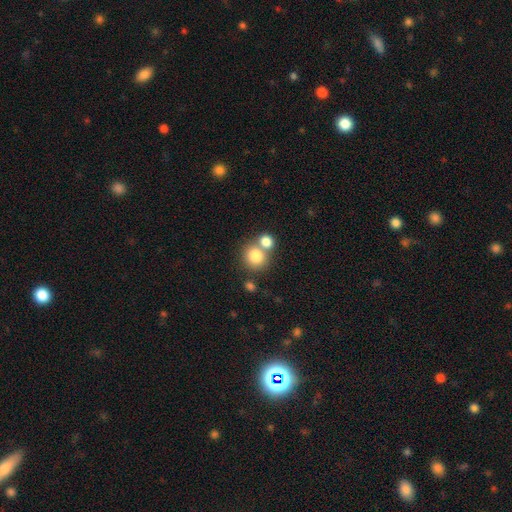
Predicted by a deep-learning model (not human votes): smooth_or_featured: smooth (p=0.80) [alt: star or artifact p=0.11]
how_rounded: round (p=0.82) [alt: in between p=0.17]
merging: none (p=0.48) [alt: merger p=0.42]